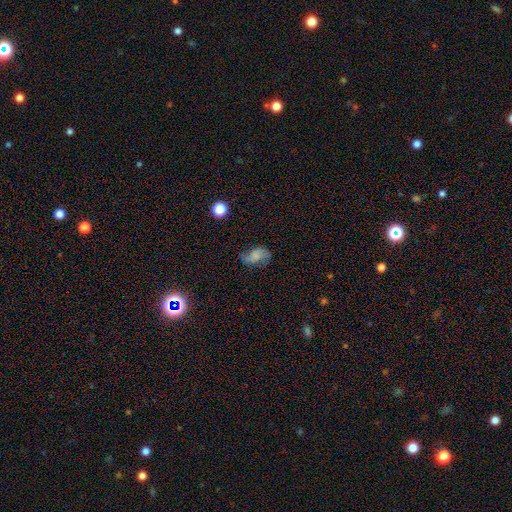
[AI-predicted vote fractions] Q: Smooth or featured?
A: smooth (49%); runner-up: featured or disk (38%)
Q: Merging?
A: none (51%); runner-up: minor disturbance (29%)